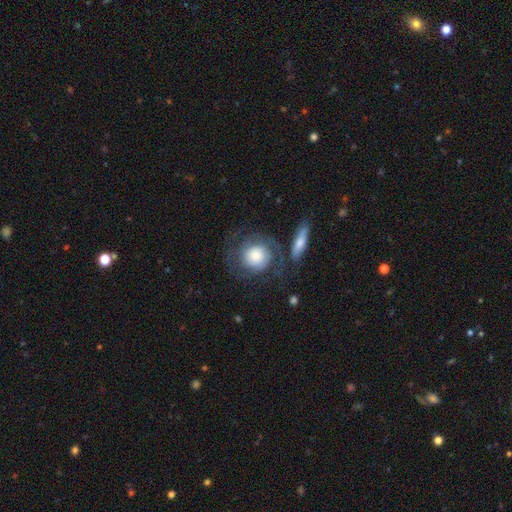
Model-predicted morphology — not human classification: This appears to be a featured or disk galaxy (51%). Merging: none (58%).